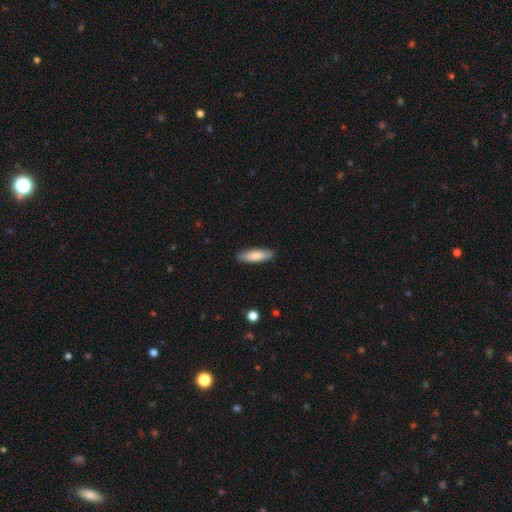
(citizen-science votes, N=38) Smooth or featured? 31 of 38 (82%) said smooth. How rounded? 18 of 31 (58%) said in between. Merging? 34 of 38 (89%) said none.